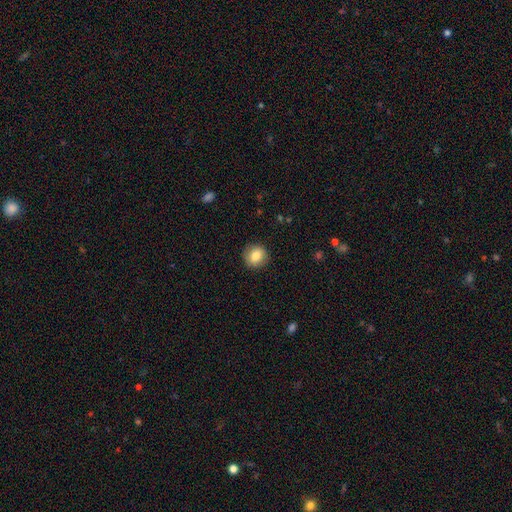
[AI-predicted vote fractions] Overall: smooth (82%). How rounded: round (90%). Merging: none (90%).